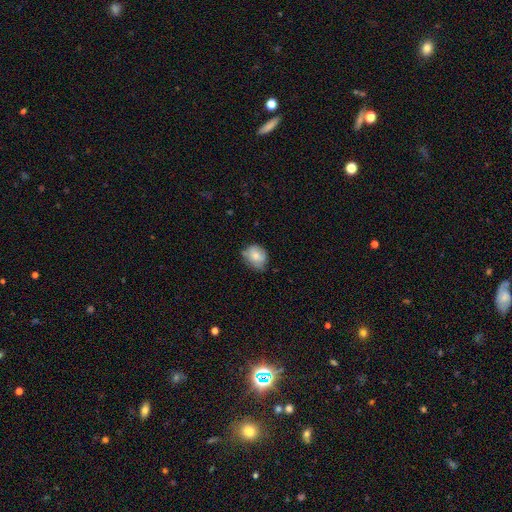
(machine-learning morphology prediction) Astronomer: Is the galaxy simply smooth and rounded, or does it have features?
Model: smooth — 71%.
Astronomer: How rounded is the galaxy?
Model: round — 56% (runner-up: in between, 43%).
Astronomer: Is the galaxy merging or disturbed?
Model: none — 53% (runner-up: minor disturbance, 37%).